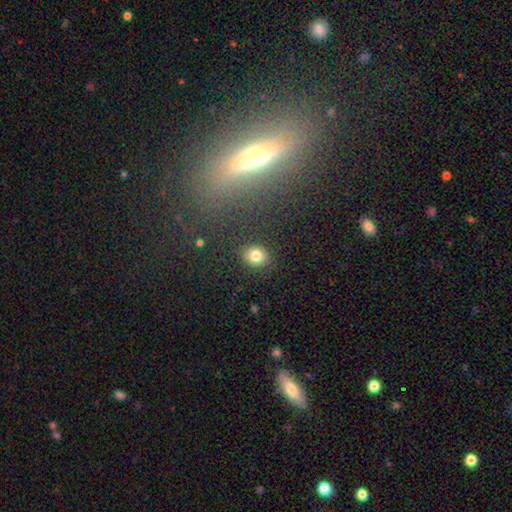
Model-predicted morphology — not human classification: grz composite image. It shows a smooth galaxy with no disk features (82%) that is round (70%). Merging: none (88%).